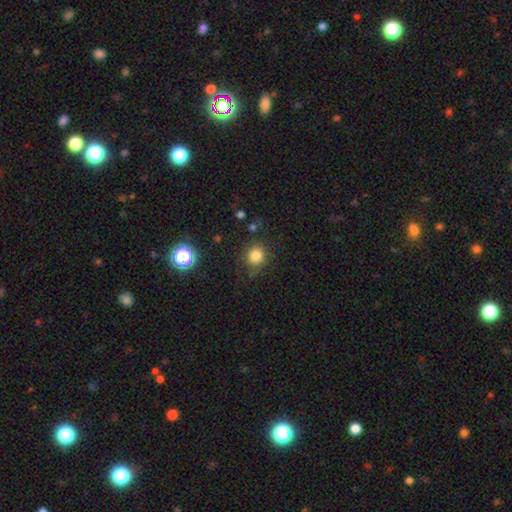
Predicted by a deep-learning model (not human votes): Smooth or featured? Predicted: smooth (p=0.81). How rounded? Predicted: round (p=0.85). Merging? Predicted: none (p=0.81).